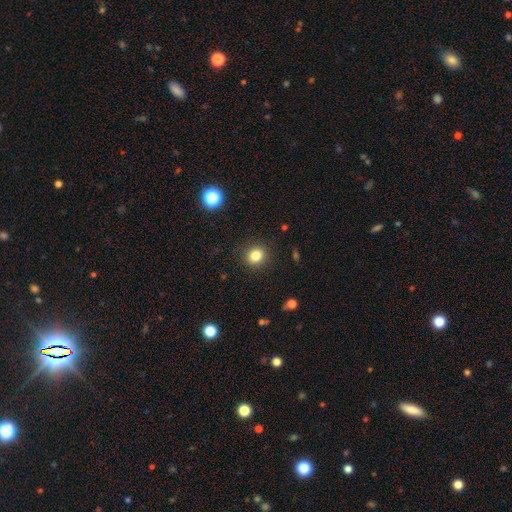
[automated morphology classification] Smooth or featured? Predicted: smooth (p=0.83). How rounded? Predicted: round (p=0.74). Merging? Predicted: none (p=0.90).